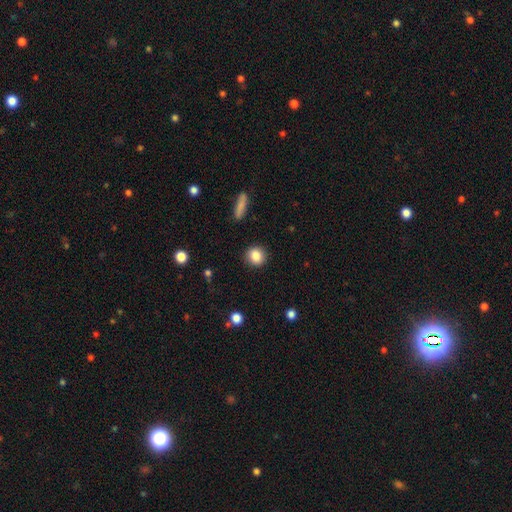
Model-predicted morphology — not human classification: type=smooth (86%); roundness=round (82%); merging=none (89%).